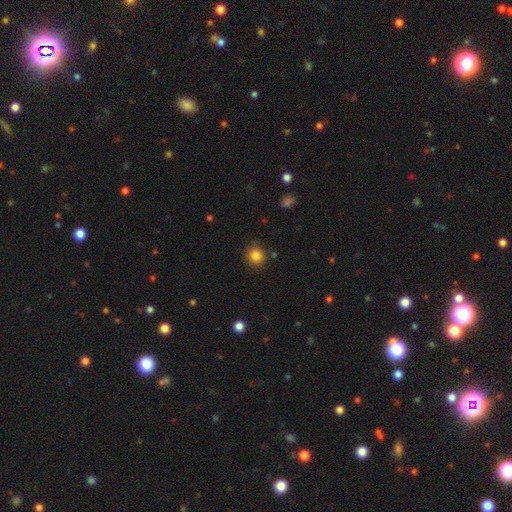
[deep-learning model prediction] This appears to be a smooth galaxy with no disk features (84%) that is round (92%). Merging: none (85%).